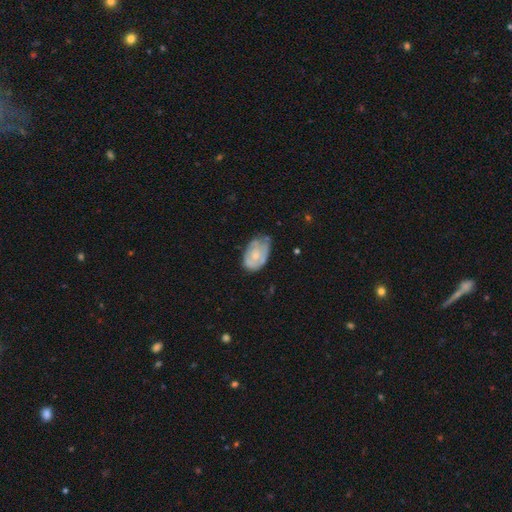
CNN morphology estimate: Smooth or featured? Predicted: smooth (p=0.47). Merging? Predicted: none (p=0.46).